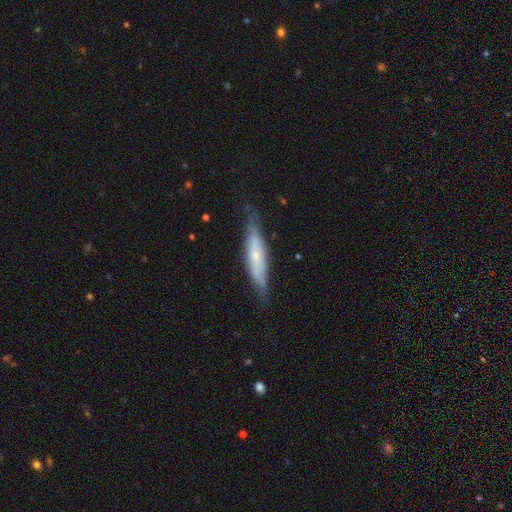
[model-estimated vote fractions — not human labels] featured or disk 52%, smooth 42%, star or artifact 6%. Down the decision tree: edge-on disk — yes (67%); merging — none (75%).